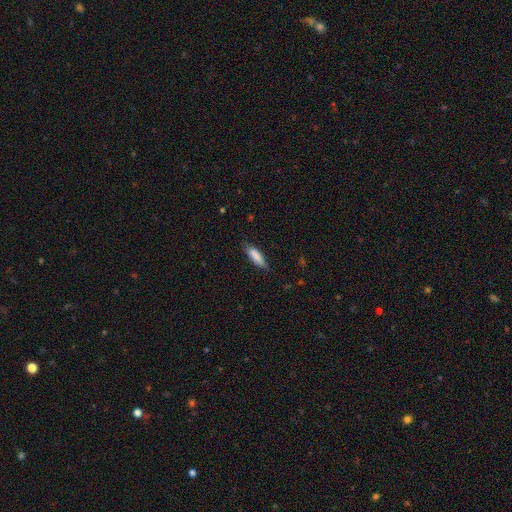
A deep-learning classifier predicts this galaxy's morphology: smooth_or_featured: smooth (p=0.84) [alt: featured or disk p=0.09]
how_rounded: cigar-shaped (p=0.54) [alt: in between p=0.45]
merging: none (p=0.77) [alt: minor disturbance p=0.18]